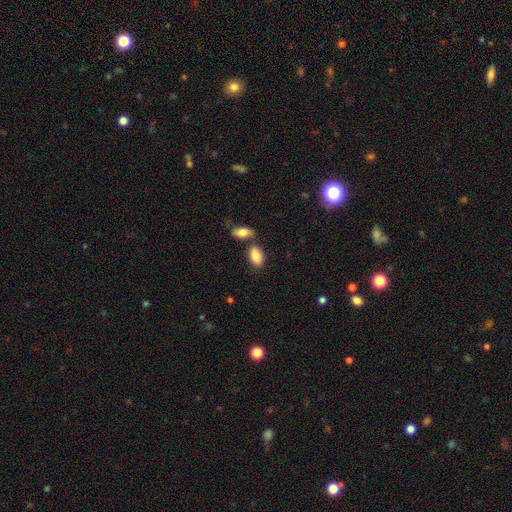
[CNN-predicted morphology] Smooth or featured? Predicted: smooth (p=0.85). How rounded? Predicted: in between (p=0.92). Merging? Predicted: none (p=0.64).